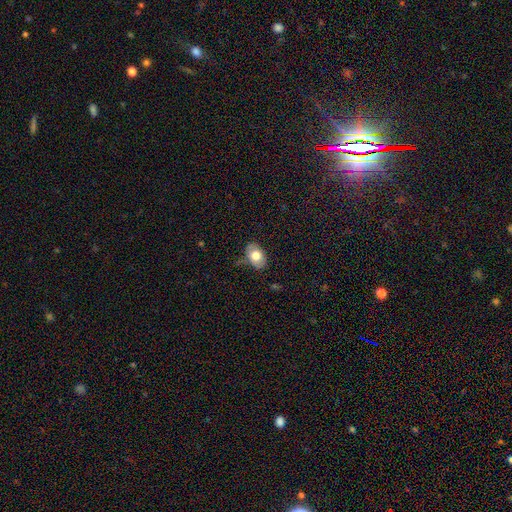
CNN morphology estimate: Overall: smooth (75%). How rounded: in between (84%). Merging: none (73%).